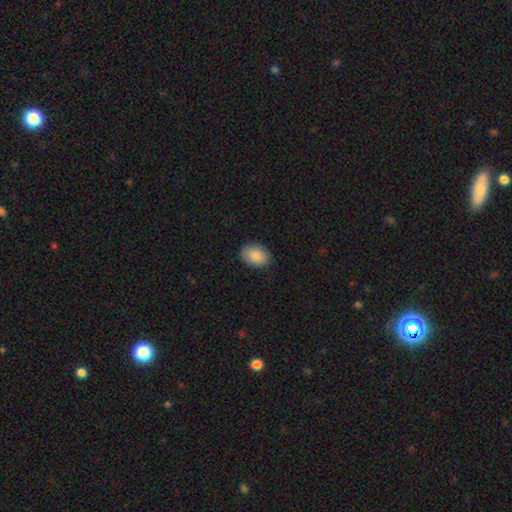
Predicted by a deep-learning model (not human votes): The model was most divided on "how rounded": in between: 80%, round: 19%, cigar-shaped: 1%. More confident: merging — none (88%); smooth or featured — smooth (87%).